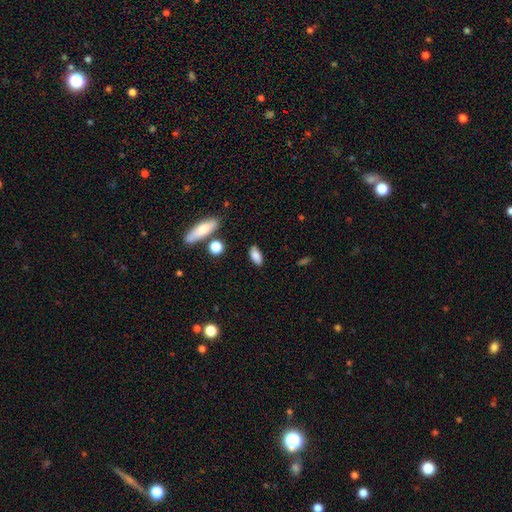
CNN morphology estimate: smooth-or-featured: smooth: 84% | star or artifact: 8% | featured or disk: 8%
  how-rounded: in between: 84% | cigar-shaped: 12% | round: 4%
  merging: none: 81% | minor disturbance: 13% | merger: 3% | major disturbance: 3%